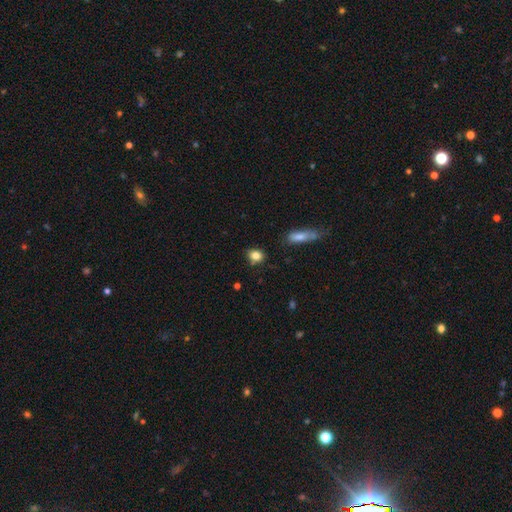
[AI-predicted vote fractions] A smooth galaxy with no disk features (83%) that is in between round and cigar-shaped (51%). Merging: none (76%).